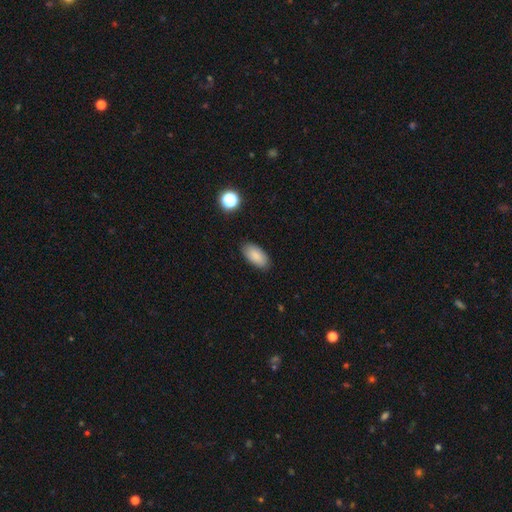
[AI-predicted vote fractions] Smooth or featured: smooth — 87% (star or artifact — 8%)
How rounded: in between — 93% (cigar-shaped — 4%)
Merging: none — 87% (minor disturbance — 9%)